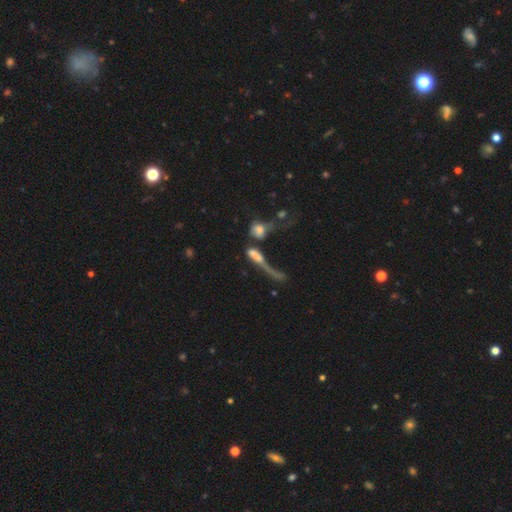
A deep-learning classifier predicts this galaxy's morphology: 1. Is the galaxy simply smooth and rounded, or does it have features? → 52% smooth, 36% featured or disk, 12% star or artifact.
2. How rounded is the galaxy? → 44% in between, 42% cigar-shaped, 14% round.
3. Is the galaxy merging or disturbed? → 43% merger, 32% major disturbance, 16% none, 9% minor disturbance.